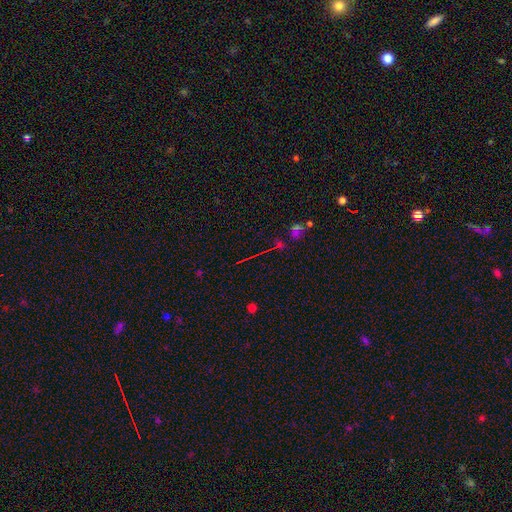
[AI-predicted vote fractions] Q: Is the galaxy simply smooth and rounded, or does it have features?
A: star or artifact — 69%.